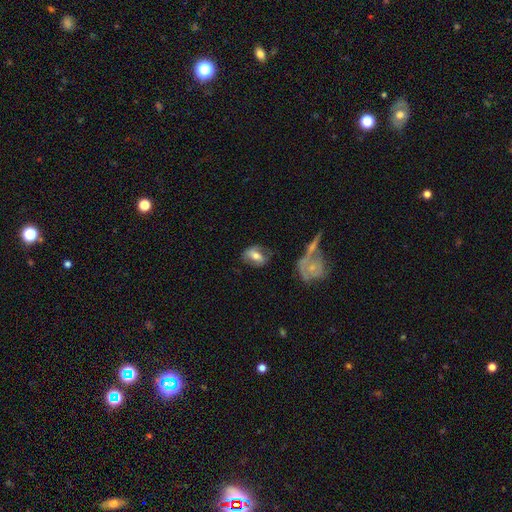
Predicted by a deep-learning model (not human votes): This appears to be a smooth galaxy with no disk features (52%) that is in between round and cigar-shaped (74%). Merging: none (59%).